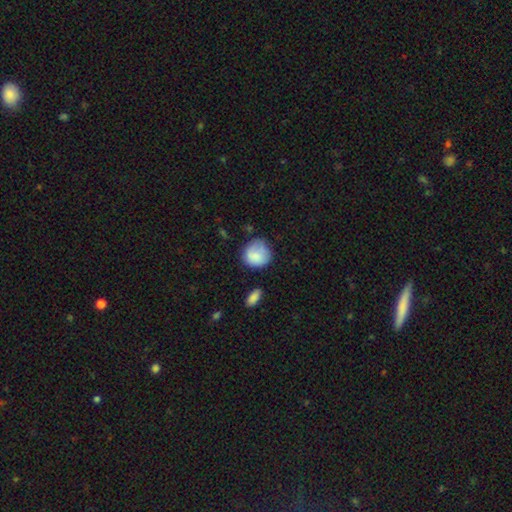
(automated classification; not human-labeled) This is clearly a smooth galaxy (82%). How rounded: clearly round (85%). Merging: likely none (62%).